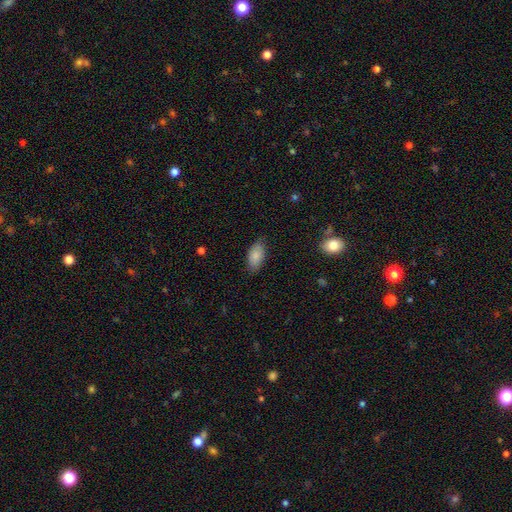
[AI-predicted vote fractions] The model was most divided on "merging": none: 79%, minor disturbance: 17%, major disturbance: 3%, merger: 1%. More confident: how rounded — in between (93%); smooth or featured — smooth (82%).